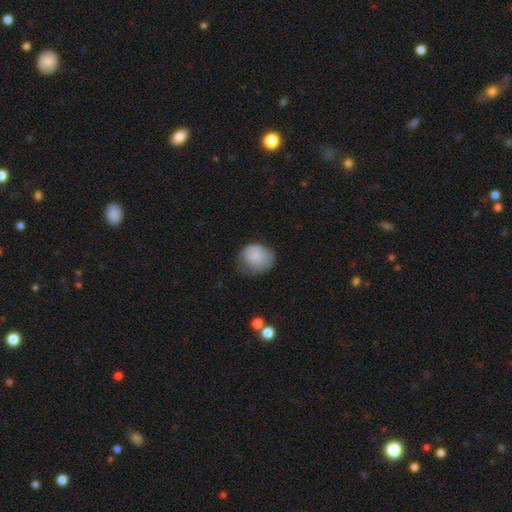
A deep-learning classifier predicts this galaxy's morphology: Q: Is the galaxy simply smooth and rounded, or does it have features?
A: smooth — 81%.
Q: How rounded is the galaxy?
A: round — 67%.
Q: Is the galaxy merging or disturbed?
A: none — 49%.